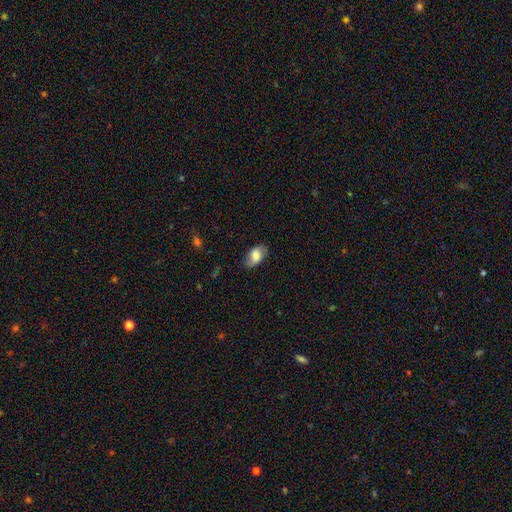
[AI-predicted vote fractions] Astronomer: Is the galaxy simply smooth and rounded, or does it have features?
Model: smooth — 68%.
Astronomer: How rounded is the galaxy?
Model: in between — 89%.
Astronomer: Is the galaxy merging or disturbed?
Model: none — 71%.